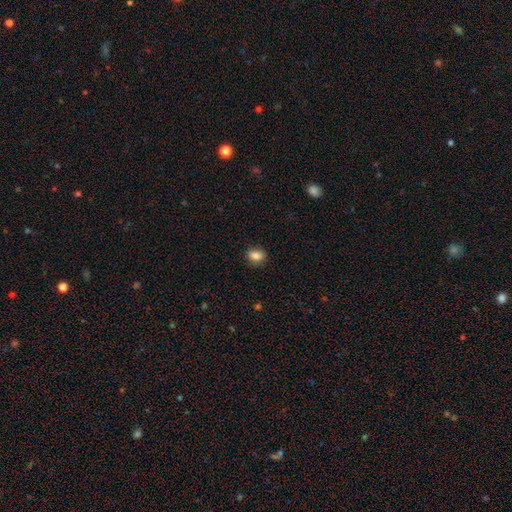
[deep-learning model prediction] Overall: smooth (85%). How rounded: in between (70%). Merging: none (85%).